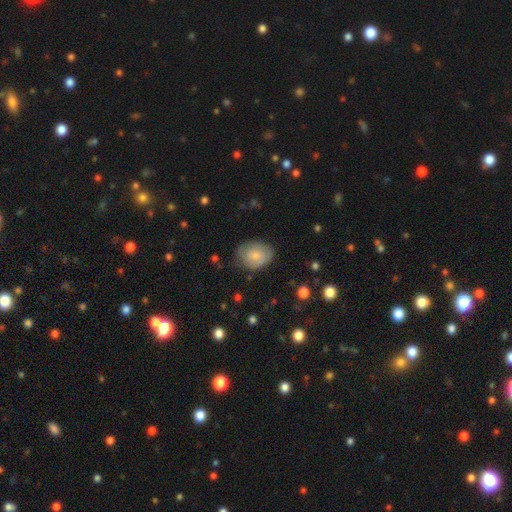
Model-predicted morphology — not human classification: This is likely a smooth galaxy (74%). How rounded: likely in between (62%). Merging: likely none (65%).